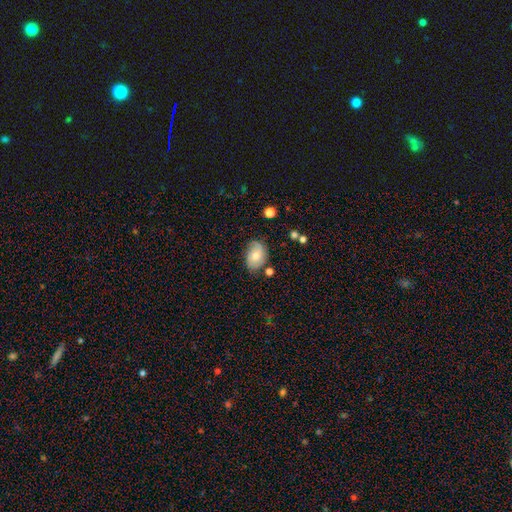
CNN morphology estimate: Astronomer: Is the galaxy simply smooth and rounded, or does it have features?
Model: smooth — 53% (runner-up: featured or disk, 38%).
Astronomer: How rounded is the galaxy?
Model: in between — 74%.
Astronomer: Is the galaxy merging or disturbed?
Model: none — 65%.